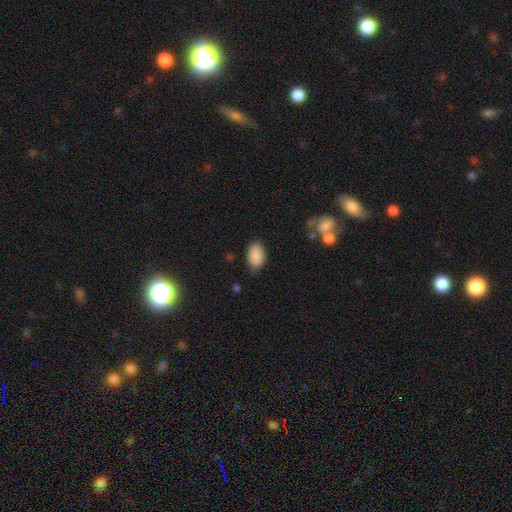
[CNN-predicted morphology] This is clearly a smooth galaxy (88%). How rounded: clearly in between (93%). Merging: clearly none (80%).